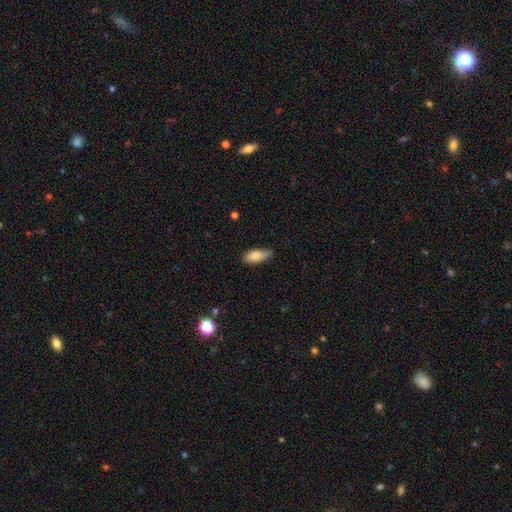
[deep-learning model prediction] Morphology: type=smooth (84%); roundness=in between (78%); merging=none (68%).